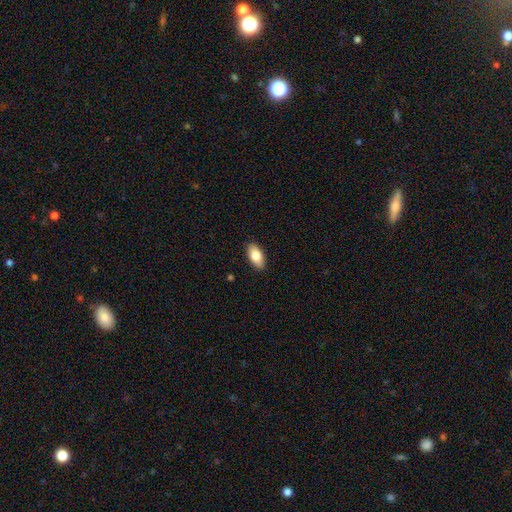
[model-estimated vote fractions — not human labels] Morphology: type=smooth (81%); roundness=in between (92%); merging=none (89%).